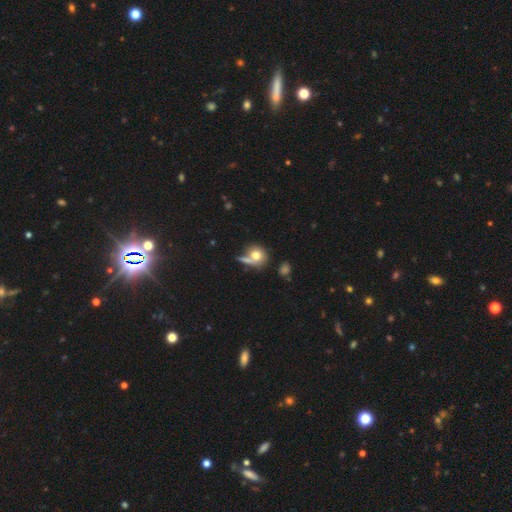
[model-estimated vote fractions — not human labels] This appears to be a smooth galaxy with no disk features (74%) that is round (77%). Merging: none (51%).